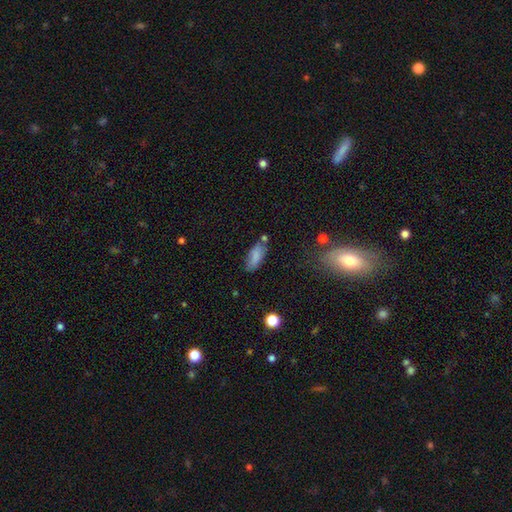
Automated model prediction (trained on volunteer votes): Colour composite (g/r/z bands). It shows a smooth galaxy with no disk features (81%) that is in between round and cigar-shaped (79%). Merging: none (65%).